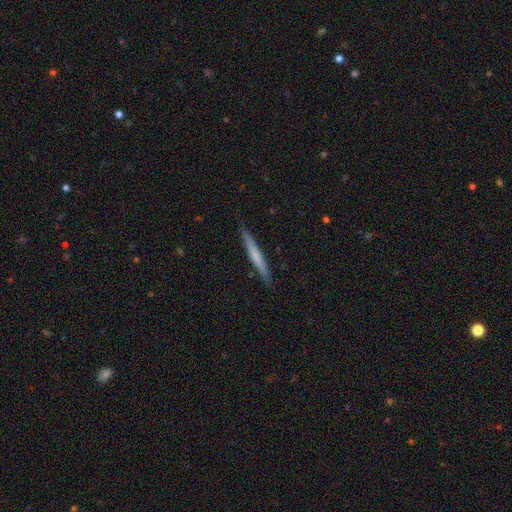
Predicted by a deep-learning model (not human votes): Smooth or featured? smooth (53%)
How rounded? cigar-shaped (96%)
Merging? none (90%)